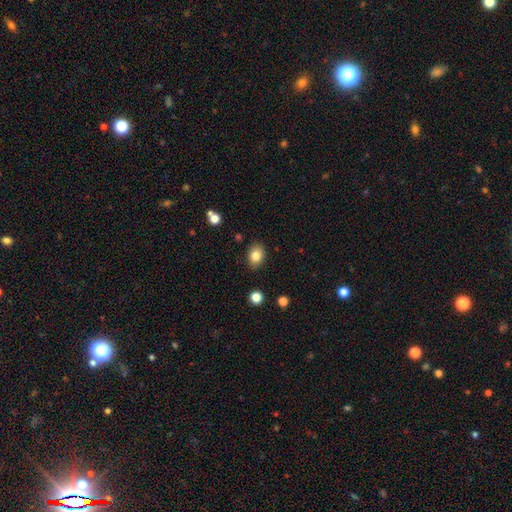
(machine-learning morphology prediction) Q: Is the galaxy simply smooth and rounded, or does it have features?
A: smooth — 83%.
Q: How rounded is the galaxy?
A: in between — 65%.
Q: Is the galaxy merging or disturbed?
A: none — 86%.